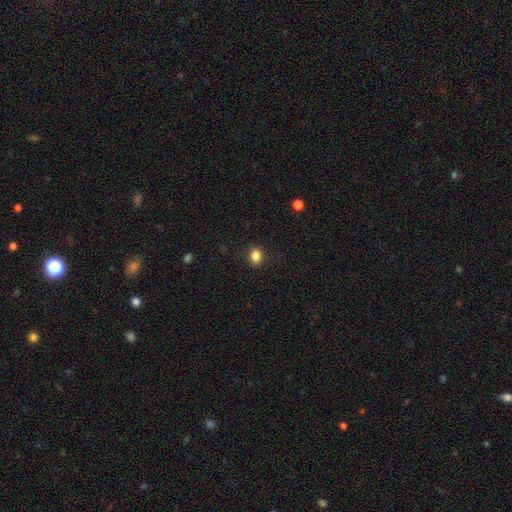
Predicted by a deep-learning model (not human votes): A smooth galaxy with no disk features (85%) that is in between round and cigar-shaped (64%). Merging: none (88%).